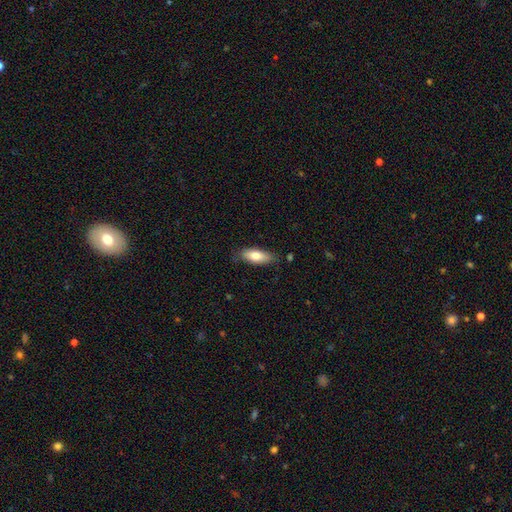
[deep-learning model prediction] Smooth or featured? Predicted: smooth (p=0.76). How rounded? Predicted: in between (p=0.73). Merging? Predicted: none (p=0.79).